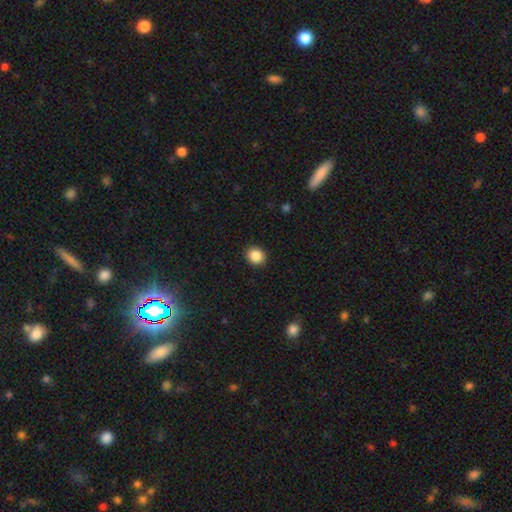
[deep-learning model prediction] Q: Smooth or featured?
A: smooth (87%); runner-up: star or artifact (9%)
Q: How rounded?
A: round (71%); runner-up: in between (28%)
Q: Merging?
A: none (91%); runner-up: minor disturbance (6%)